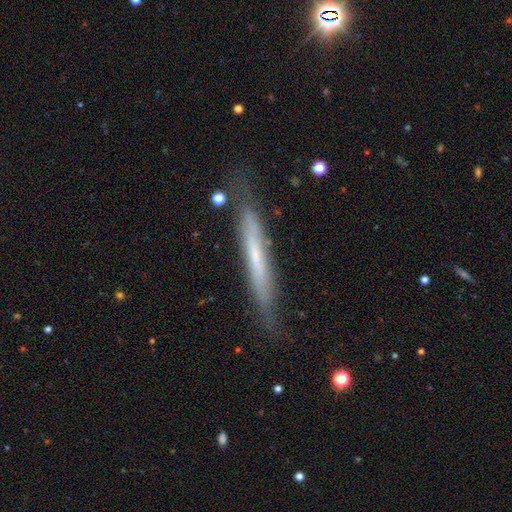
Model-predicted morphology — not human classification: Smooth or featured: featured or disk — 53% (smooth — 40%)
Edge-on disk: yes — 86% (no — 14%)
Merging: none — 76% (minor disturbance — 18%)